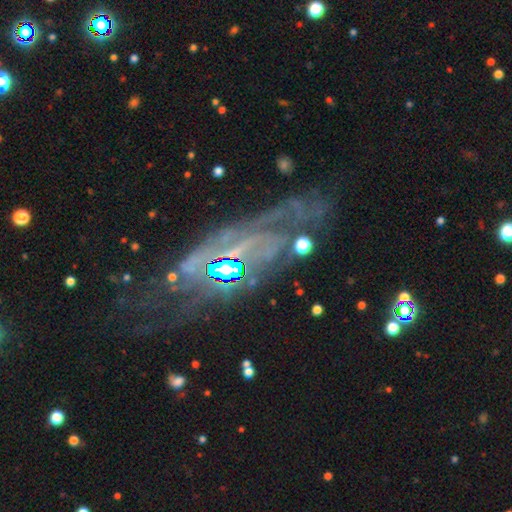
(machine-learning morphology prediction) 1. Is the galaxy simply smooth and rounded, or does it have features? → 77% featured or disk, 13% star or artifact, 9% smooth.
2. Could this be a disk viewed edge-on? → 79% no, 21% yes.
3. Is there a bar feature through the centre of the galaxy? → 57% no, 28% weak, 15% strong.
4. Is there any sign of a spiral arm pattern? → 78% yes, 22% no.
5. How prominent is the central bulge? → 43% moderate, 35% small, 10% large, 10% none, 3% dominant.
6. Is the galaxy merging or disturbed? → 61% none, 17% minor disturbance, 17% major disturbance, 5% merger.